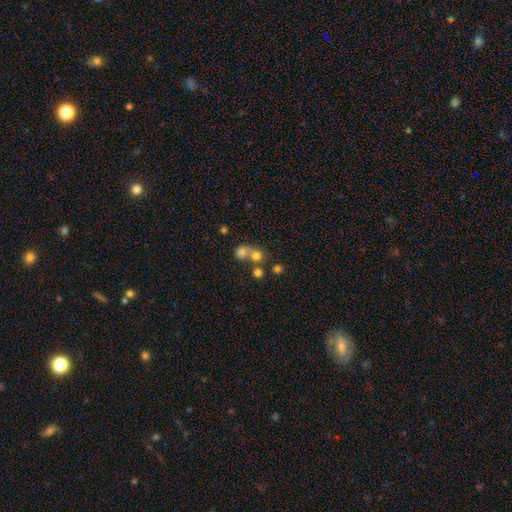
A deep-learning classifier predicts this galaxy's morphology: The model was most divided on "merging": merger: 48%, none: 43%, minor disturbance: 6%, major disturbance: 4%. More confident: how rounded — round (86%); smooth or featured — smooth (73%).